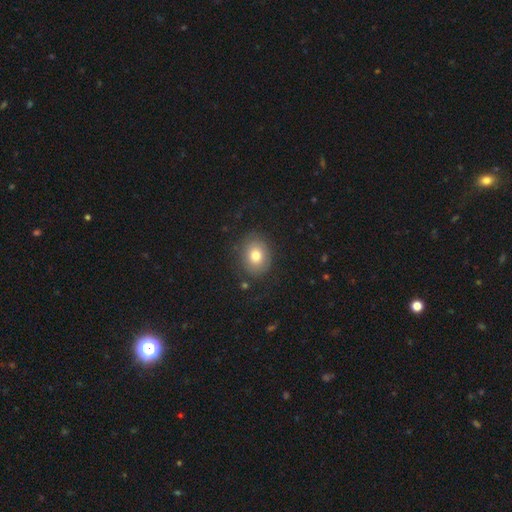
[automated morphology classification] Overall: smooth (76%). How rounded: round (59%; in between 40%). Merging: none (81%).